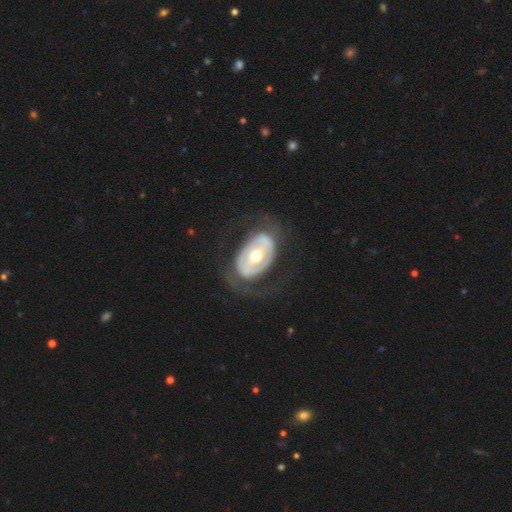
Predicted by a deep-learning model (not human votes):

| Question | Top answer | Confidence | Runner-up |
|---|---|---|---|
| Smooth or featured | featured or disk | 73% | smooth (23%) |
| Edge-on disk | no | 94% | yes (6%) |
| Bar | no | 41% | strong (30%) |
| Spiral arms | no | 54% | yes (46%) |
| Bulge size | moderate | 75% | small (14%) |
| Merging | none | 65% | major disturbance (18%) |